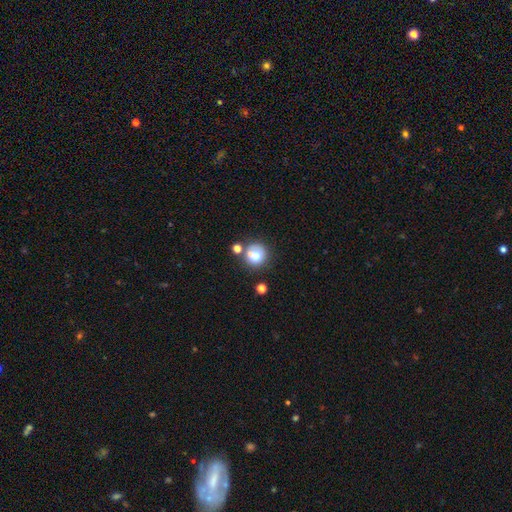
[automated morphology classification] A smooth galaxy with no disk features (68%) that is round (90%). Merging: none (58%).